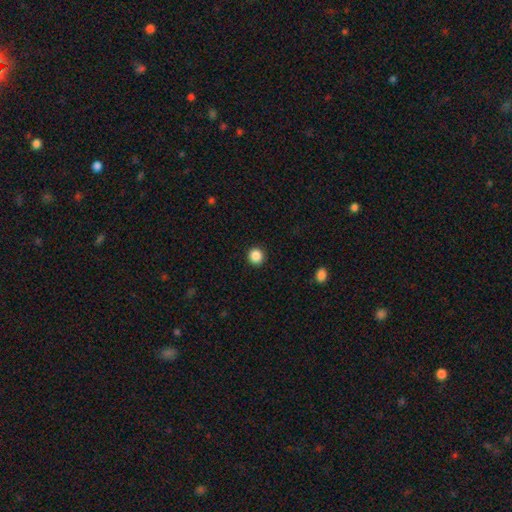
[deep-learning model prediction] smooth 87%, star or artifact 10%, featured or disk 3%. Down the decision tree: how rounded — round (93%); merging — none (93%).